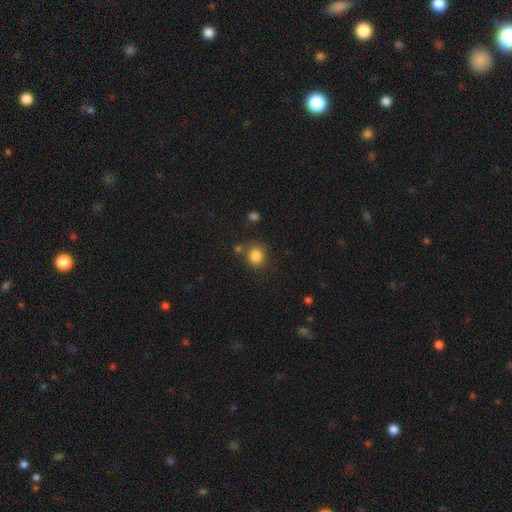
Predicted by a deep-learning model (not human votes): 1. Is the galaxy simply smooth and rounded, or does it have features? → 85% smooth, 11% star or artifact, 5% featured or disk.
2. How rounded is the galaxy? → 84% round, 15% in between, 1% cigar-shaped.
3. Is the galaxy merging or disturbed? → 75% none, 12% minor disturbance, 9% merger, 4% major disturbance.